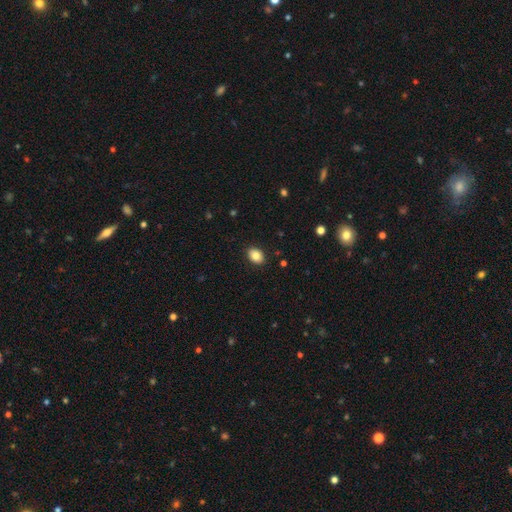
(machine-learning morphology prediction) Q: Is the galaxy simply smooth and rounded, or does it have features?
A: smooth — 84%.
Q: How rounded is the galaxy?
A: in between — 72%.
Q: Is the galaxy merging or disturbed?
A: none — 89%.